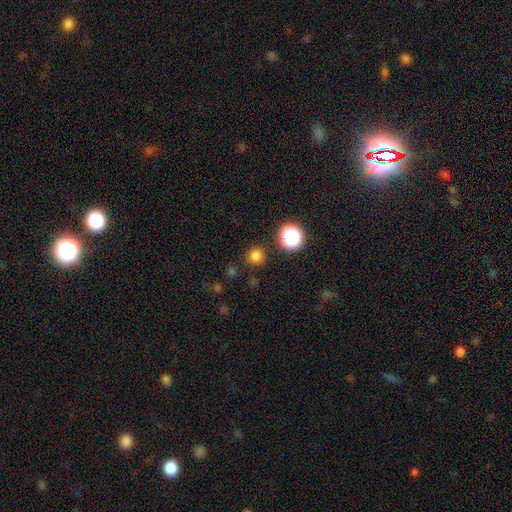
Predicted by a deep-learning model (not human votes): This appears to be a smooth galaxy with no disk features (78%) that is round (93%). Merging: none (87%).